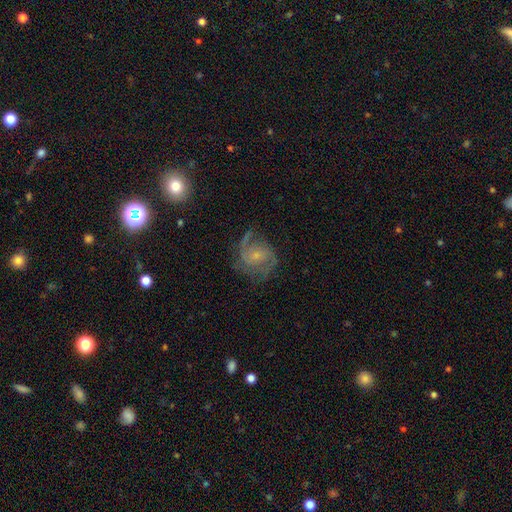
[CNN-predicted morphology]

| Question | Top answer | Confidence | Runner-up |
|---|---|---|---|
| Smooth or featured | featured or disk | 75% | smooth (17%) |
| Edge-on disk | no | 98% | yes (2%) |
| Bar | no | 57% | weak (37%) |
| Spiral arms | yes | 91% | no (9%) |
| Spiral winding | medium | 48% | loose (26%) |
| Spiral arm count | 2 | 49% | can't tell (19%) |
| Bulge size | small | 70% | moderate (19%) |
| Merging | none | 60% | minor disturbance (20%) |